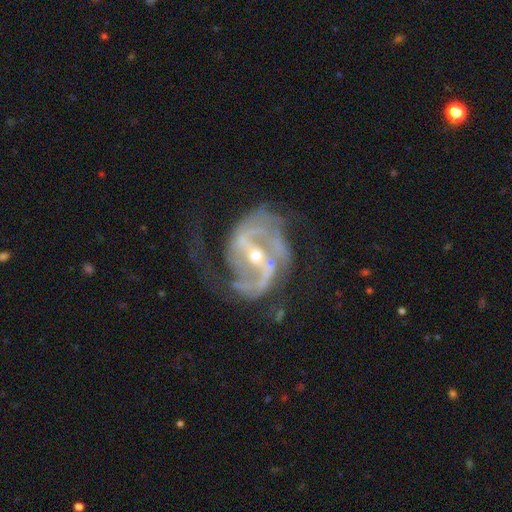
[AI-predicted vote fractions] This is clearly a featured or disk galaxy (91%). It is clearly not viewed edge-on (97%). Bar: possibly strong (57%). Spiral arm pattern: clearly yes (96%). Spiral arm count: likely 2 (74%). Spiral winding: possibly medium (50%). Central bulge: possibly small (49%). Merging: possibly none (49%).